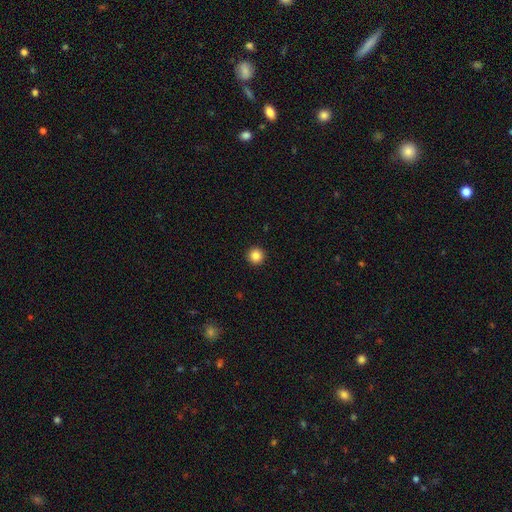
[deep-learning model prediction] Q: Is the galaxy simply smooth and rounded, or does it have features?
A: smooth — 86%.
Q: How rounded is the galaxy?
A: round — 96%.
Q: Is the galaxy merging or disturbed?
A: none — 94%.